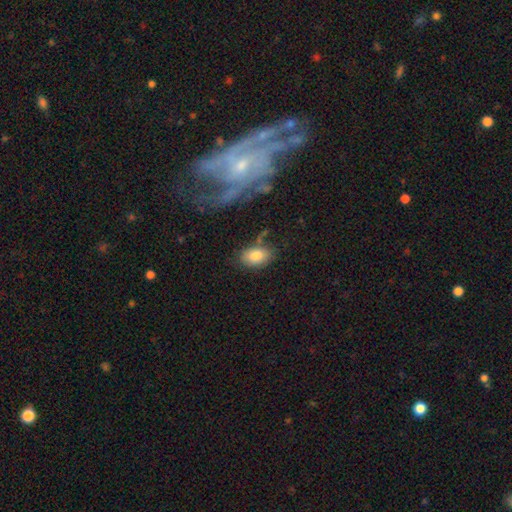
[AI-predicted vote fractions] Smooth or featured: smooth — 81% (featured or disk — 12%)
How rounded: in between — 88% (round — 11%)
Merging: none — 69% (minor disturbance — 19%)